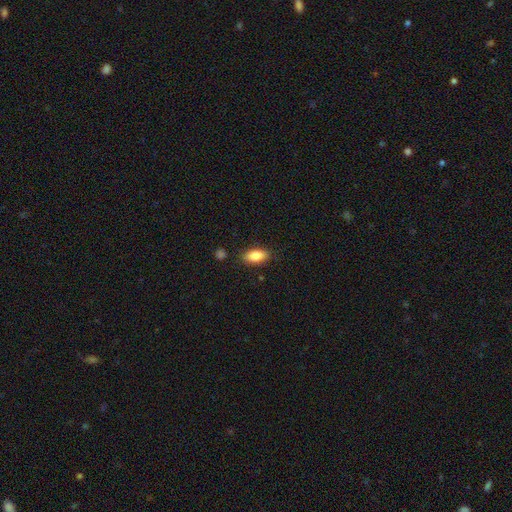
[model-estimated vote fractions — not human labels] smooth_or_featured: smooth (p=0.85) [alt: featured or disk p=0.08]
how_rounded: in between (p=0.89) [alt: cigar-shaped p=0.07]
merging: none (p=0.85) [alt: minor disturbance p=0.11]